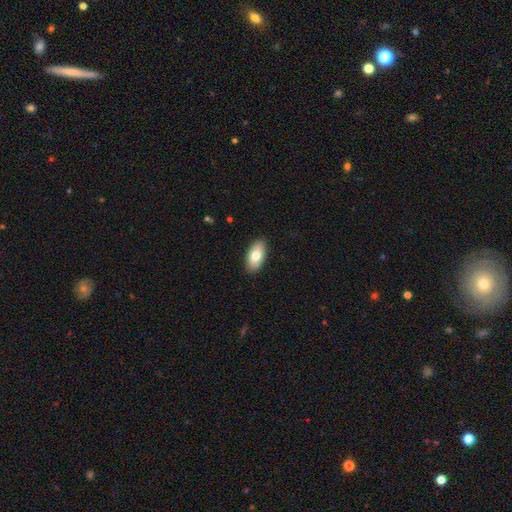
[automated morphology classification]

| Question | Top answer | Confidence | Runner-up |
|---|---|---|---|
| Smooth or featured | smooth | 77% | featured or disk (16%) |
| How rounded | in between | 93% | cigar-shaped (4%) |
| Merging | none | 89% | minor disturbance (8%) |